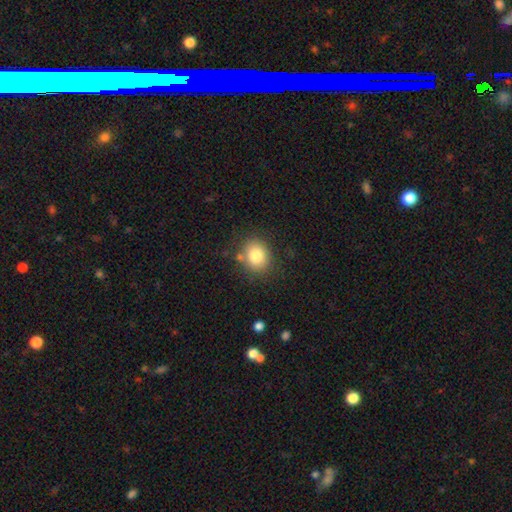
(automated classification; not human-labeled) A smooth galaxy with no disk features (81%) that is round (69%).

Vote fractions:
- Smooth or featured? smooth: 81% / star or artifact: 10% / featured or disk: 9%
- How rounded? round: 69% / in between: 30% / cigar-shaped: 1%
- Merging? none: 79% / minor disturbance: 12% / merger: 5% / major disturbance: 4%